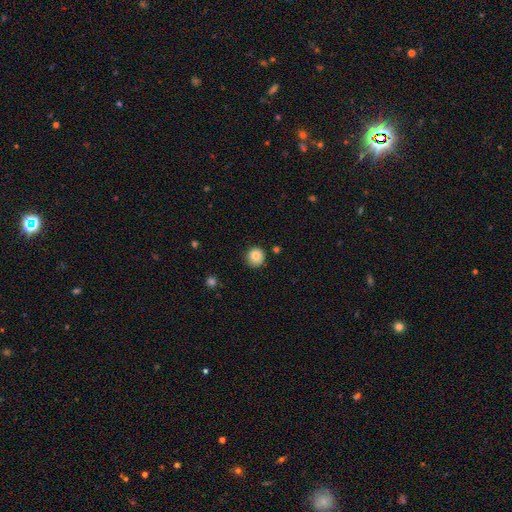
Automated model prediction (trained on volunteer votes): Smooth or featured?
  - smooth: 83% *
  - star or artifact: 9%
  - featured or disk: 8%
How rounded?
  - round: 93% *
  - in between: 6%
  - cigar-shaped: 1%
Merging?
  - none: 87% *
  - minor disturbance: 10%
  - major disturbance: 2%
  - merger: 2%